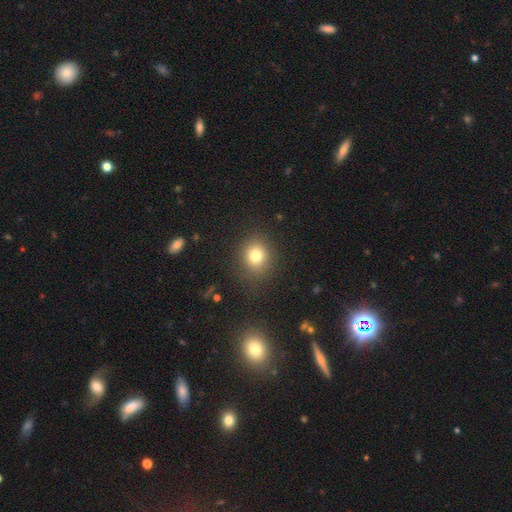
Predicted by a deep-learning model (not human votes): Smooth or featured? Predicted: smooth (p=0.78). How rounded? Predicted: round (p=0.76). Merging? Predicted: none (p=0.84).